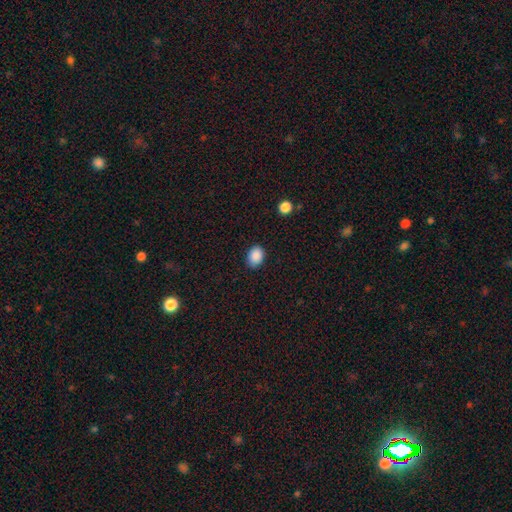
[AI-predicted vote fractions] A smooth galaxy with no disk features (88%) that is in between round and cigar-shaped (67%).

Vote fractions:
- Smooth or featured? smooth: 88% / star or artifact: 8% / featured or disk: 3%
- How rounded? in between: 67% / round: 32% / cigar-shaped: 1%
- Merging? none: 85% / minor disturbance: 11% / major disturbance: 2% / merger: 1%